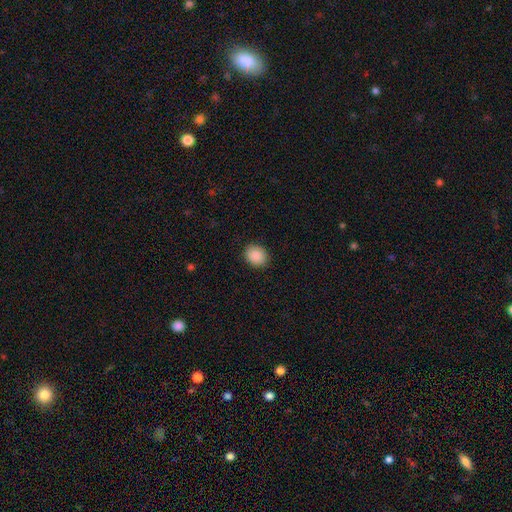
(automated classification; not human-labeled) Morphology: type=smooth (90%); roundness=round (61%); merging=none (89%).